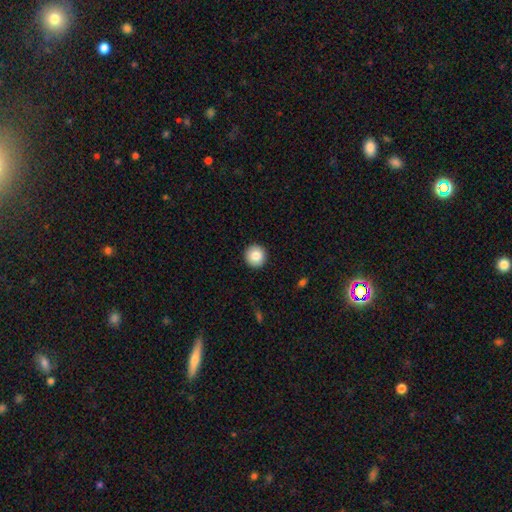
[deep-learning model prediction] Q: Smooth or featured?
A: smooth (85%); runner-up: star or artifact (8%)
Q: How rounded?
A: round (95%); runner-up: in between (4%)
Q: Merging?
A: none (93%); runner-up: minor disturbance (5%)